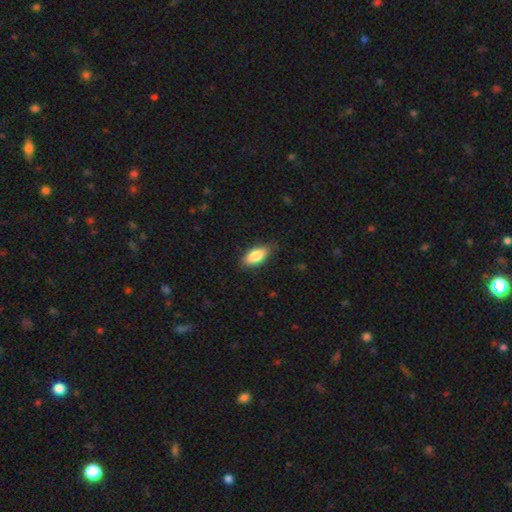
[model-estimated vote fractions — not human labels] This is clearly a smooth galaxy (85%). How rounded: clearly in between (88%). Merging: clearly none (83%).